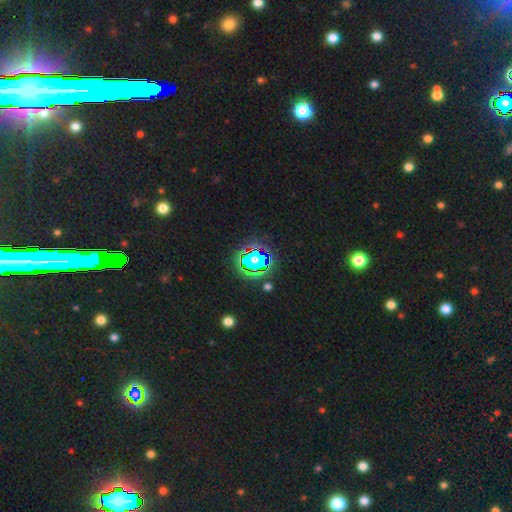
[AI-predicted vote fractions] A star or artifact, not a galaxy (66%).

Vote fractions:
- Smooth or featured? star or artifact: 66% / smooth: 22% / featured or disk: 12%